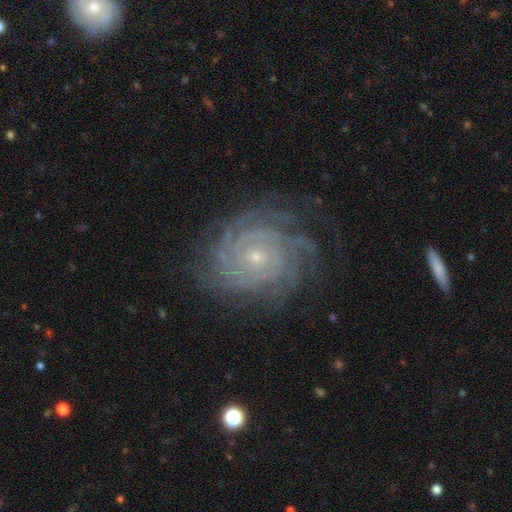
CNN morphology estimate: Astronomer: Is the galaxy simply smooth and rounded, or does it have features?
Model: featured or disk — 89%.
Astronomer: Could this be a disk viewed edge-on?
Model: no — 97%.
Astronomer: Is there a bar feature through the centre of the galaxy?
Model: no — 74%.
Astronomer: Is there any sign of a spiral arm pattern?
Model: yes — 98%.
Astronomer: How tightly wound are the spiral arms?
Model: tight — 84%.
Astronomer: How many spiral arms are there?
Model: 4 — 24% (runner-up: more than 4, 22%).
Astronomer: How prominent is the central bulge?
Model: small — 77%.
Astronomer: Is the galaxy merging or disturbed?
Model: none — 78%.